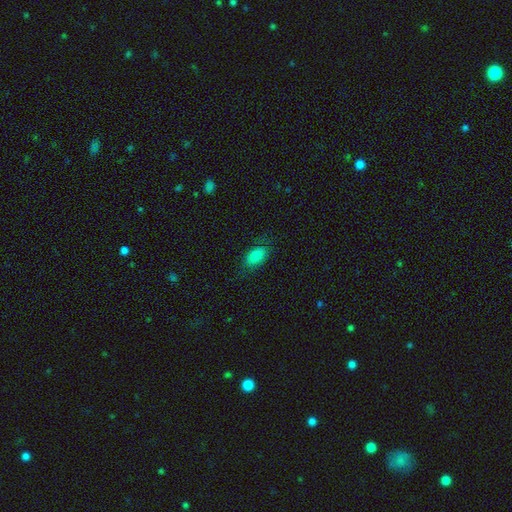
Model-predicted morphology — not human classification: smooth 79%, featured or disk 12%, star or artifact 8%. Down the decision tree: how rounded — in between (89%); merging — none (77%).